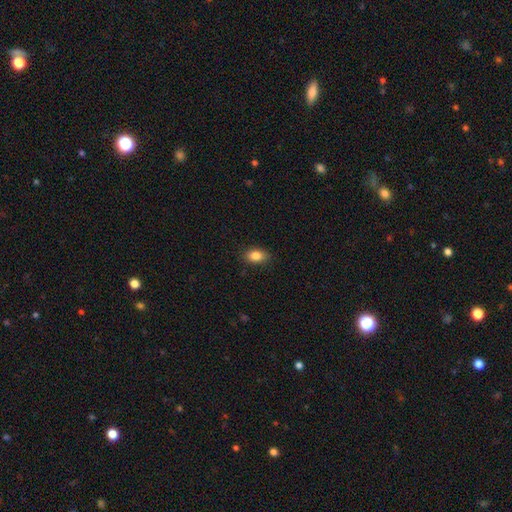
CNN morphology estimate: Smooth or featured? smooth (86%)
How rounded? in between (85%)
Merging? none (87%)